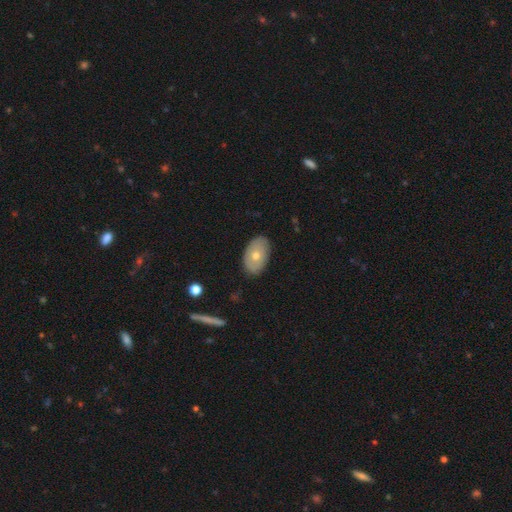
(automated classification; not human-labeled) A smooth galaxy with no disk features (56%) that is in between round and cigar-shaped (90%).

Vote fractions:
- Smooth or featured? smooth: 56% / featured or disk: 36% / star or artifact: 7%
- How rounded? in between: 90% / round: 8% / cigar-shaped: 1%
- Merging? none: 84% / minor disturbance: 12% / major disturbance: 3% / merger: 1%